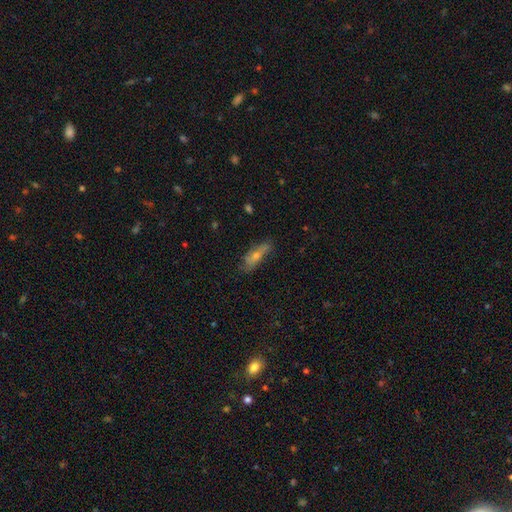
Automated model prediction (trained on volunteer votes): A smooth galaxy with no disk features (49%). Merging: none (70%).